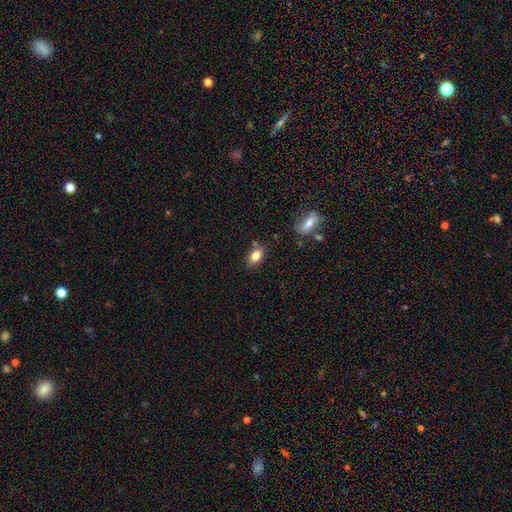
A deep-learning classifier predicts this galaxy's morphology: Smooth or featured? smooth (83%)
How rounded? in between (86%)
Merging? none (73%)